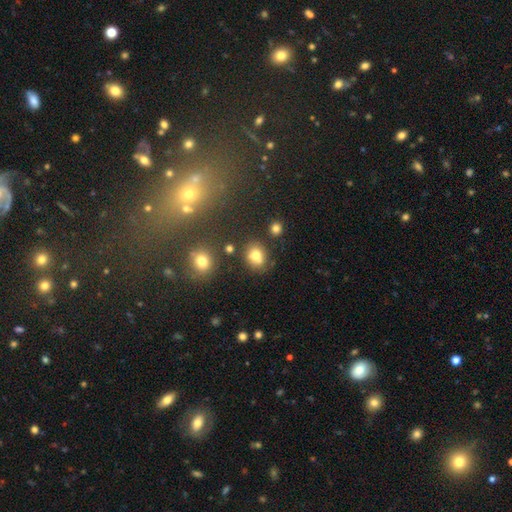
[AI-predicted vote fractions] A smooth galaxy with no disk features (75%) that is round (61%).

Vote fractions:
- Smooth or featured? smooth: 75% / star or artifact: 15% / featured or disk: 10%
- How rounded? round: 61% / in between: 38% / cigar-shaped: 1%
- Merging? none: 69% / merger: 13% / minor disturbance: 13% / major disturbance: 4%